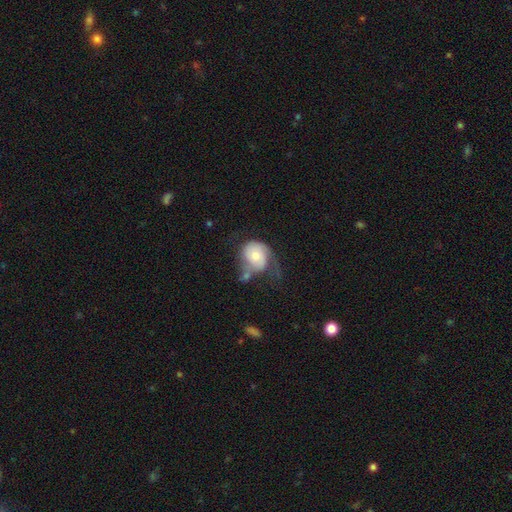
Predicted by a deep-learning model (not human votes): Morphology: type=smooth (55%); roundness=round (63%); merging=major disturbance (37%).